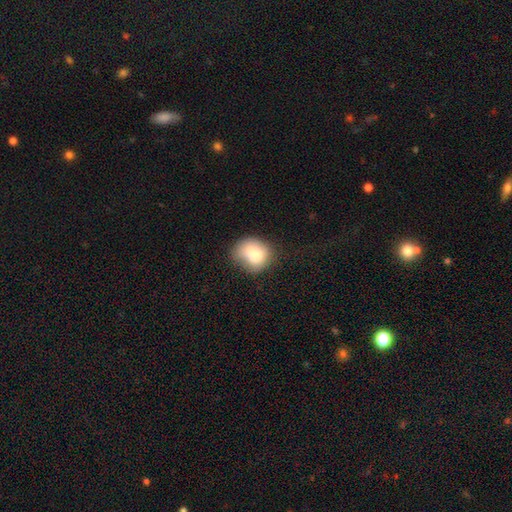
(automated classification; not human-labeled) A smooth galaxy with no disk features (79%) that is round (67%). Merging: none (57%).